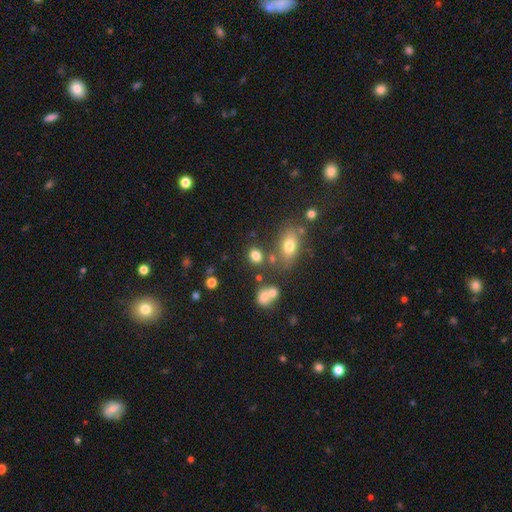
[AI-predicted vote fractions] Smooth or featured: smooth — 78% (star or artifact — 14%)
How rounded: round — 49% (tied with in between — 49%)
Merging: none — 70% (merger — 14%)